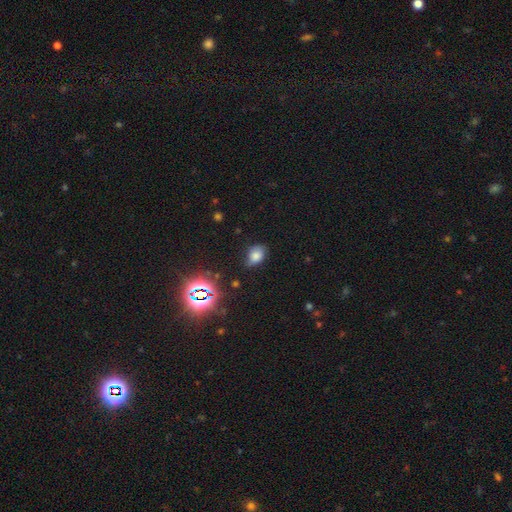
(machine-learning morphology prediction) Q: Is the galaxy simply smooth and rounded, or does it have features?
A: smooth — 71%.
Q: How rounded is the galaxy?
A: in between — 74%.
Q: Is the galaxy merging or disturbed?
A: none — 63%.